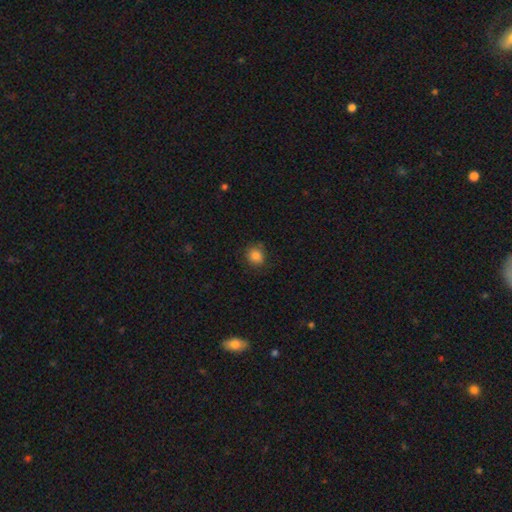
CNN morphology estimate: type=smooth (85%); roundness=round (85%); merging=none (81%).